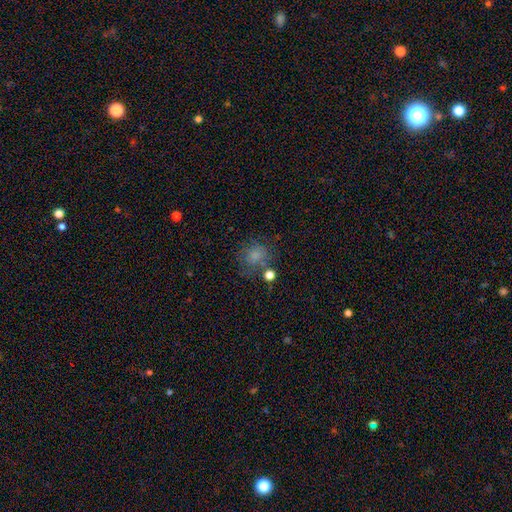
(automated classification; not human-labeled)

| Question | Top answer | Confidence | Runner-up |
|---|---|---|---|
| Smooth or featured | smooth | 75% | star or artifact (14%) |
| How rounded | round | 79% | in between (20%) |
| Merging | none | 60% | minor disturbance (18%) |